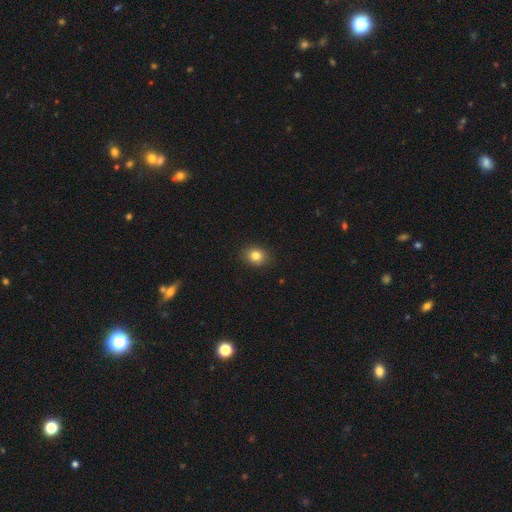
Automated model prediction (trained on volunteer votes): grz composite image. It shows a smooth galaxy with no disk features (82%) that is round (57%). Merging: none (90%).